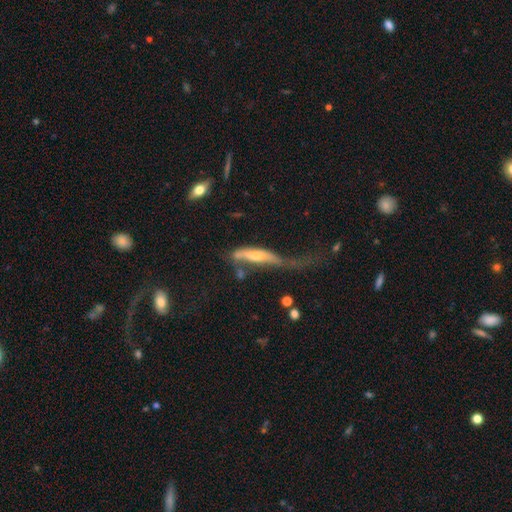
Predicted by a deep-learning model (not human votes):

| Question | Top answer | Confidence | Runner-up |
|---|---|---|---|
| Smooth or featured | smooth | 47% | featured or disk (46%) |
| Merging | major disturbance | 48% | minor disturbance (20%) |